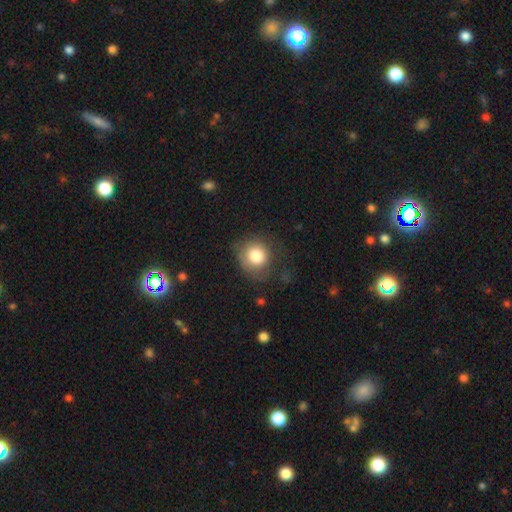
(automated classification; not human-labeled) Smooth or featured? smooth (80%)
How rounded? round (82%)
Merging? none (60%)